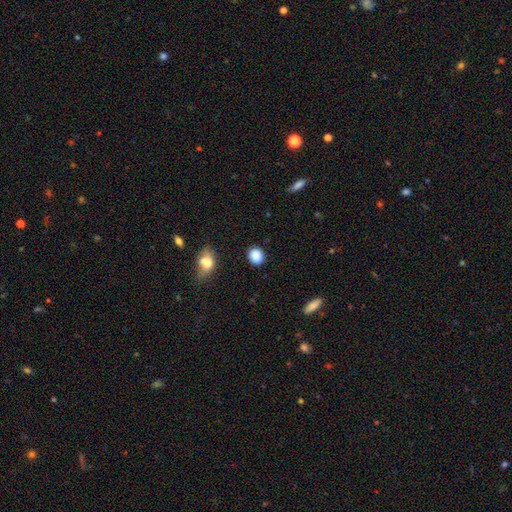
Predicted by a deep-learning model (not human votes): Q: Smooth or featured?
A: smooth (87%); runner-up: star or artifact (9%)
Q: How rounded?
A: round (67%); runner-up: in between (32%)
Q: Merging?
A: none (87%); runner-up: minor disturbance (9%)